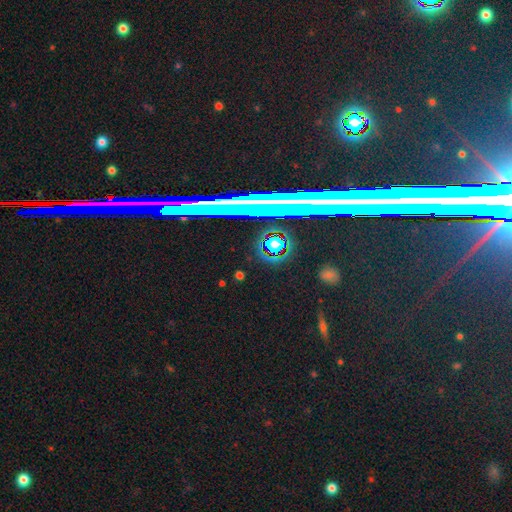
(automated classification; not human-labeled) Smooth or featured? Predicted: star or artifact (p=0.71).